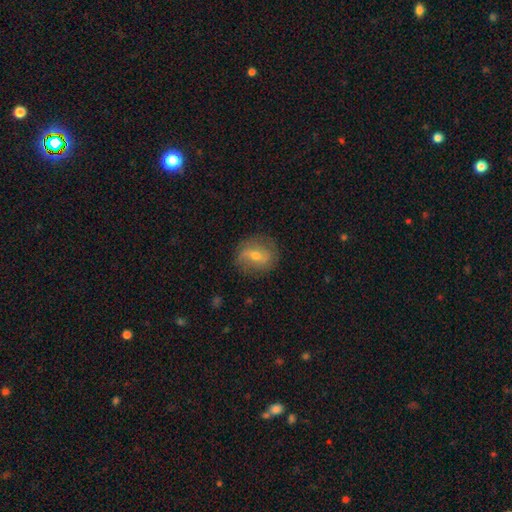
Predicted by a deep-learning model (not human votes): Smooth or featured? Predicted: featured or disk (p=0.55). Edge-on disk? Predicted: no (p=0.93). Bar? Predicted: weak (p=0.43). Spiral arms? Predicted: yes (p=0.68). Bulge size? Predicted: moderate (p=0.56). Merging? Predicted: none (p=0.80).